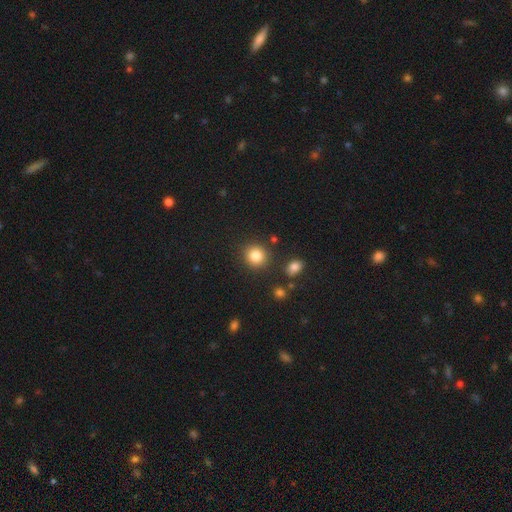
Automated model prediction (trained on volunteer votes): The model was most divided on "smooth or featured": smooth: 84%, star or artifact: 10%, featured or disk: 6%. More confident: how rounded — round (89%); merging — none (87%).